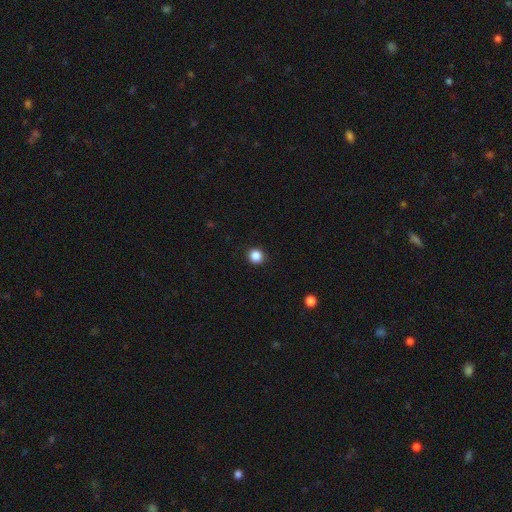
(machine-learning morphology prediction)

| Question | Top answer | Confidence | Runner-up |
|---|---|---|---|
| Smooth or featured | smooth | 87% | star or artifact (11%) |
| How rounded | round | 94% | in between (6%) |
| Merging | none | 93% | minor disturbance (5%) |